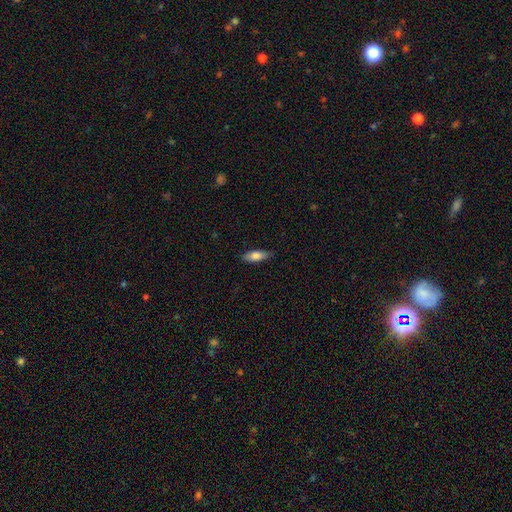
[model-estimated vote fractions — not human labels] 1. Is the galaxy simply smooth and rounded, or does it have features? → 78% smooth, 16% featured or disk, 6% star or artifact.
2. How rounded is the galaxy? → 66% in between, 32% cigar-shaped, 2% round.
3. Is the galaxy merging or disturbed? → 82% none, 15% minor disturbance, 3% major disturbance, 1% merger.